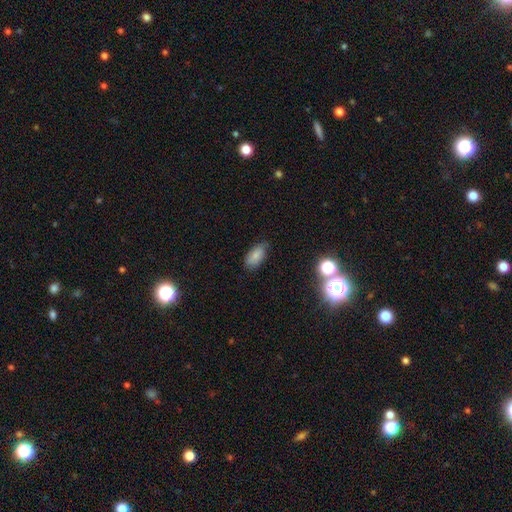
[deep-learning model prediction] Smooth or featured: smooth — 79% (star or artifact — 11%)
How rounded: in between — 91% (cigar-shaped — 5%)
Merging: none — 75% (minor disturbance — 20%)